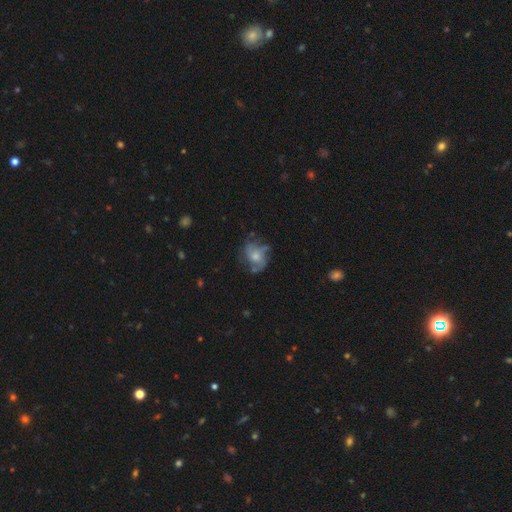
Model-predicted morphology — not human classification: Smooth or featured: featured or disk — 61% (smooth — 29%)
Edge-on disk: no — 97% (yes — 3%)
Bar: no — 78% (weak — 19%)
Spiral arms: yes — 75% (no — 25%)
Bulge size: moderate — 52% (small — 32%)
Merging: none — 56% (minor disturbance — 23%)